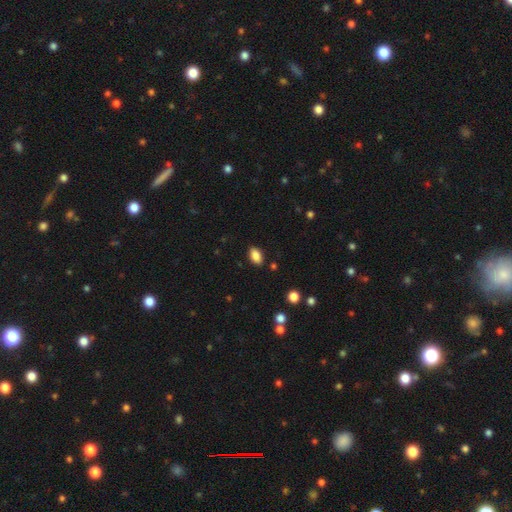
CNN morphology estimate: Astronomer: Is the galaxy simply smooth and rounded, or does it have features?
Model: smooth — 86%.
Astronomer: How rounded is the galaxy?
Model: in between — 92%.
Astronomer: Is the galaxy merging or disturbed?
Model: none — 87%.